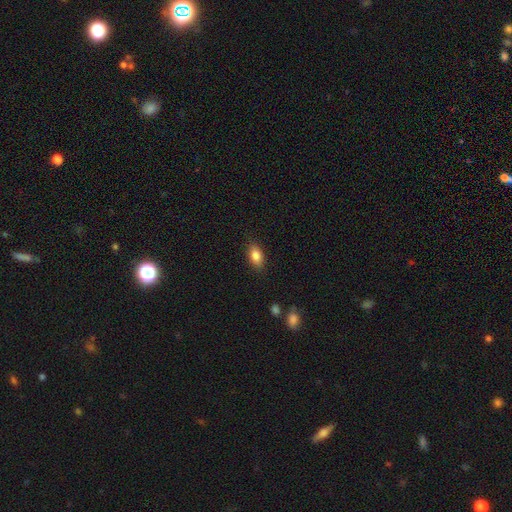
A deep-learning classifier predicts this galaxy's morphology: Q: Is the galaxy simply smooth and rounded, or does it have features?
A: smooth — 84%.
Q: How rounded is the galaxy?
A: in between — 88%.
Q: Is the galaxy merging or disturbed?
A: none — 86%.